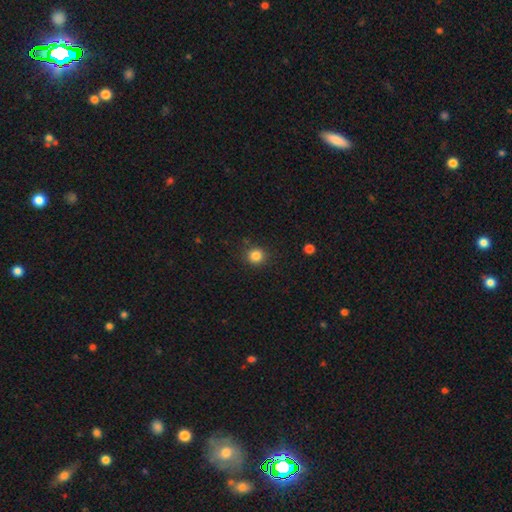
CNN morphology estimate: This appears to be a smooth galaxy with no disk features (84%) that is round (91%). Merging: none (88%).